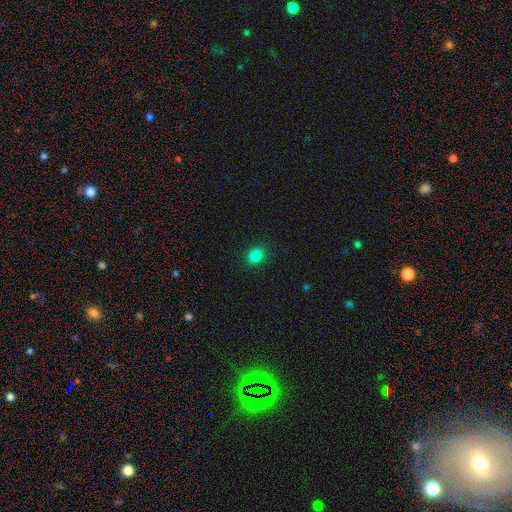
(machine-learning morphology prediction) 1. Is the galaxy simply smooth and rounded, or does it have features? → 84% smooth, 12% star or artifact, 4% featured or disk.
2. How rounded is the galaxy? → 52% in between, 47% round, 1% cigar-shaped.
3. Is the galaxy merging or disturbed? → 90% none, 7% minor disturbance, 2% major disturbance, 1% merger.